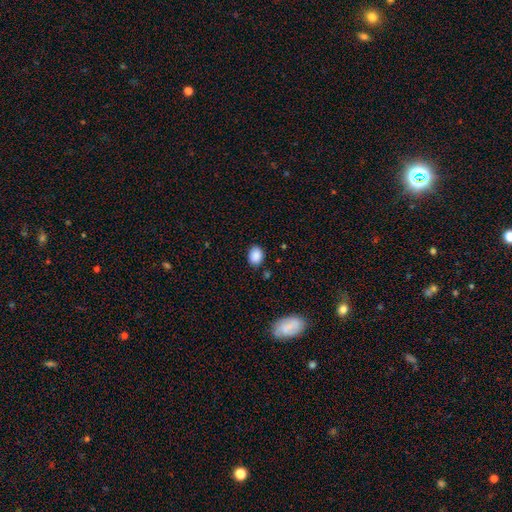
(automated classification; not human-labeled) Q: Smooth or featured?
A: smooth (88%); runner-up: star or artifact (8%)
Q: How rounded?
A: in between (56%); runner-up: round (43%)
Q: Merging?
A: none (85%); runner-up: minor disturbance (11%)